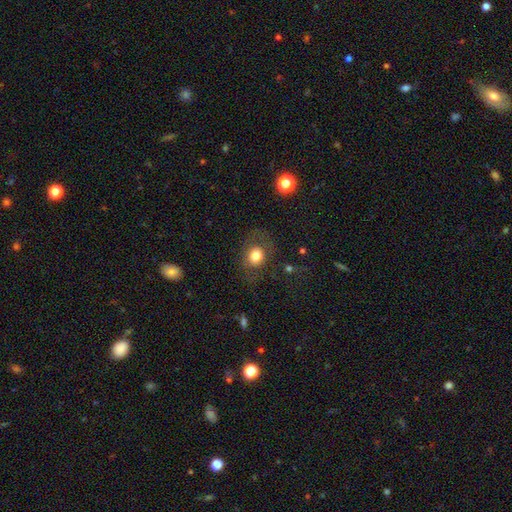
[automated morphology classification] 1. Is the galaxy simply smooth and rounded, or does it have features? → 76% smooth, 14% featured or disk, 11% star or artifact.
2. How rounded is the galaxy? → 63% round, 36% in between, 1% cigar-shaped.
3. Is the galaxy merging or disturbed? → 70% none, 16% minor disturbance, 12% major disturbance, 2% merger.